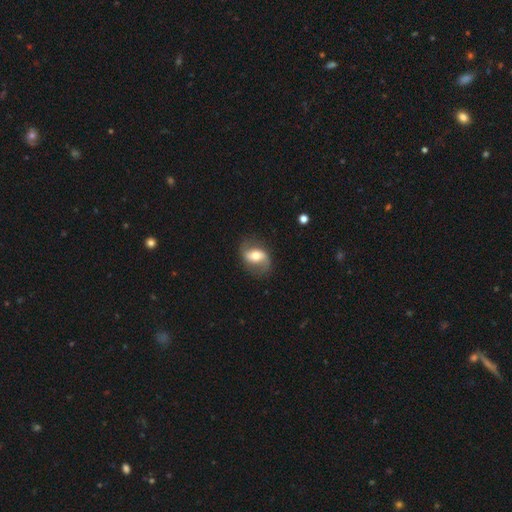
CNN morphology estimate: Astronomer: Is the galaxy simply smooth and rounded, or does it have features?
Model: featured or disk — 68%.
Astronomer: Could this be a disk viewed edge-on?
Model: no — 95%.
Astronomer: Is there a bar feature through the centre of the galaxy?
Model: weak — 39% (runner-up: strong, 31%).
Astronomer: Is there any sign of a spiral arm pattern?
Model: yes — 85%.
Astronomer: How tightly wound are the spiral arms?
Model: loose — 62%.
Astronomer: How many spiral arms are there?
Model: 2 — 86%.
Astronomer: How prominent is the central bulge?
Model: moderate — 68%.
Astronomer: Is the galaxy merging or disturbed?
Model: none — 75%.